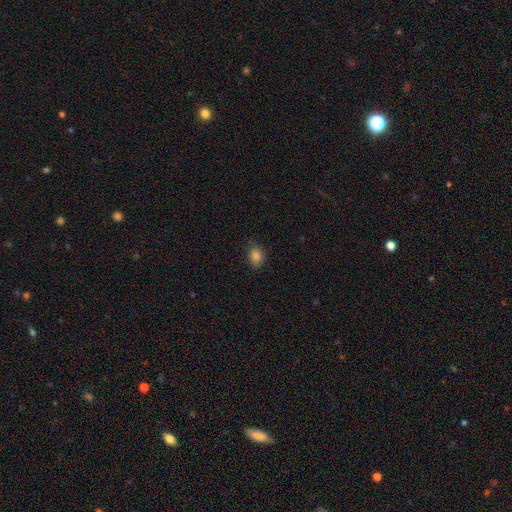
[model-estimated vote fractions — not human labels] Smooth or featured: smooth — 84% (star or artifact — 11%)
How rounded: in between — 52% (round — 47%)
Merging: none — 79% (minor disturbance — 17%)